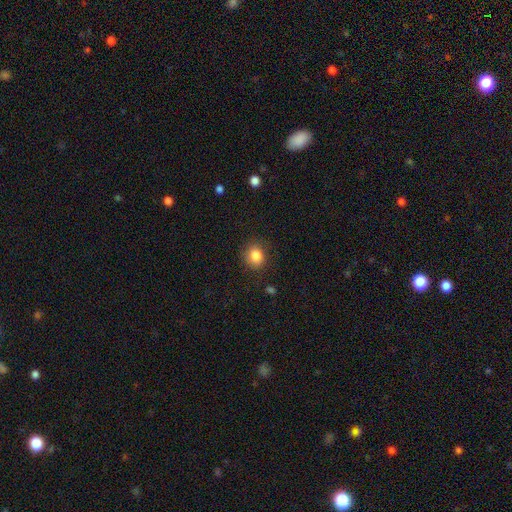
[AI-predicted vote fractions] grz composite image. It shows a smooth galaxy with no disk features (85%) that is round (71%). Merging: none (84%).